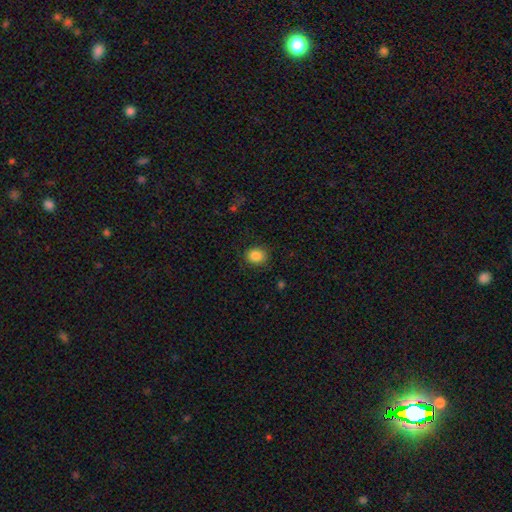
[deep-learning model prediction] Overall: smooth (86%). How rounded: round (68%; in between 31%). Merging: none (86%).